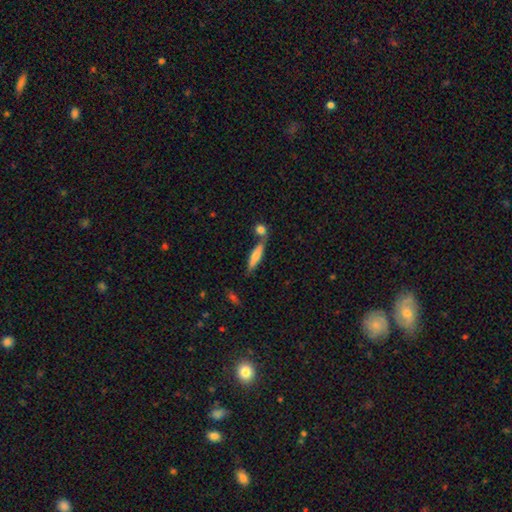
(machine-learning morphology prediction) This appears to be a smooth galaxy with no disk features (69%) that is cigar-shaped (74%). Merging: none (60%).